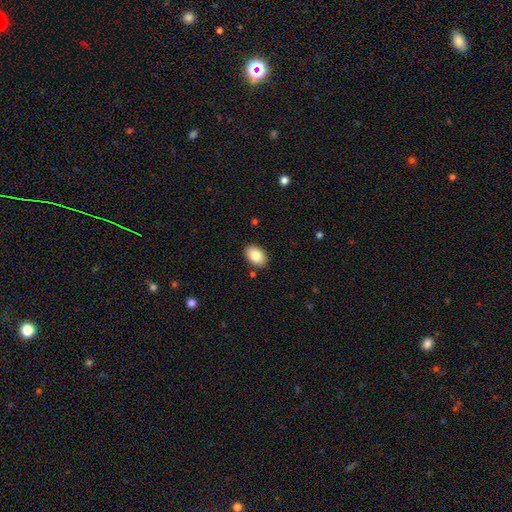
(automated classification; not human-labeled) A smooth galaxy with no disk features (83%) that is in between round and cigar-shaped (86%). Merging: none (88%).